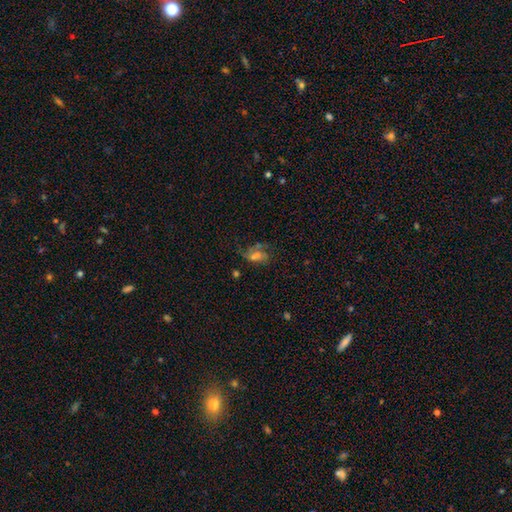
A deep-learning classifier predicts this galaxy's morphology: The model was most divided on "smooth or featured": featured or disk: 46%, smooth: 30%, star or artifact: 24%. Remaining: merging — none (46%).